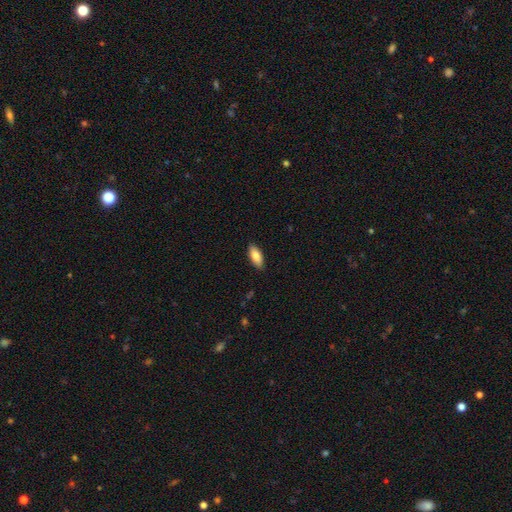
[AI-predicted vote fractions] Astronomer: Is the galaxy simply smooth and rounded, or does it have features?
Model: smooth — 82%.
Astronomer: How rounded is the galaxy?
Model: in between — 82%.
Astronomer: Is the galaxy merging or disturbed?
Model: none — 88%.